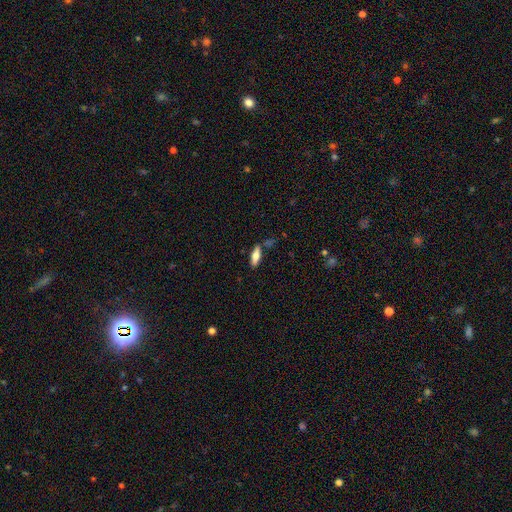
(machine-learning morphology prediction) smooth 60%, featured or disk 33%, star or artifact 7%. Down the decision tree: how rounded — in between (54%); merging — none (77%).